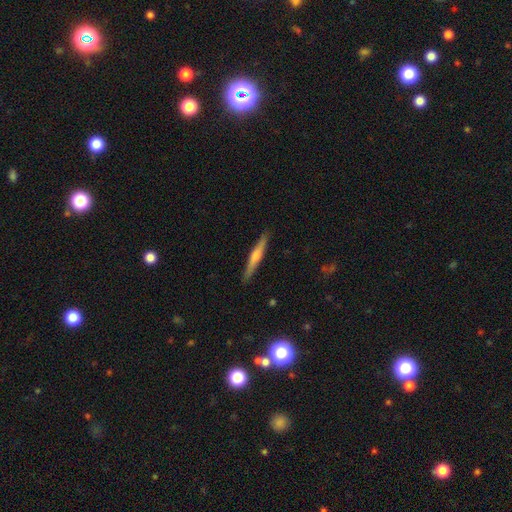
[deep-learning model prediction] smooth_or_featured: smooth (p=0.50) [alt: featured or disk p=0.45]
merging: none (p=0.90) [alt: minor disturbance p=0.07]